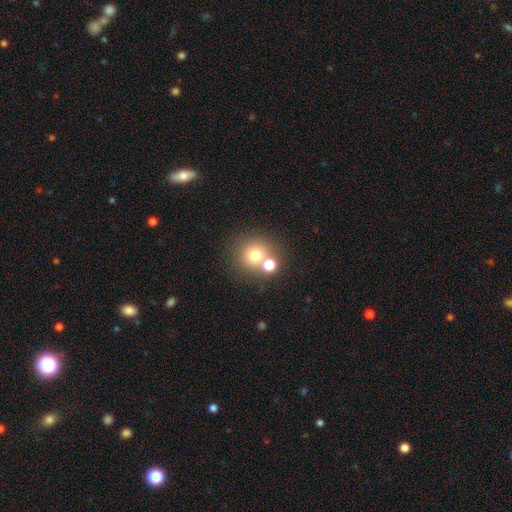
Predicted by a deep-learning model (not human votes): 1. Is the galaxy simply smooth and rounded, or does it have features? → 72% smooth, 15% star or artifact, 13% featured or disk.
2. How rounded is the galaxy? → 90% round, 9% in between, 1% cigar-shaped.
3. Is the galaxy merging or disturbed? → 57% none, 32% merger, 7% minor disturbance, 3% major disturbance.